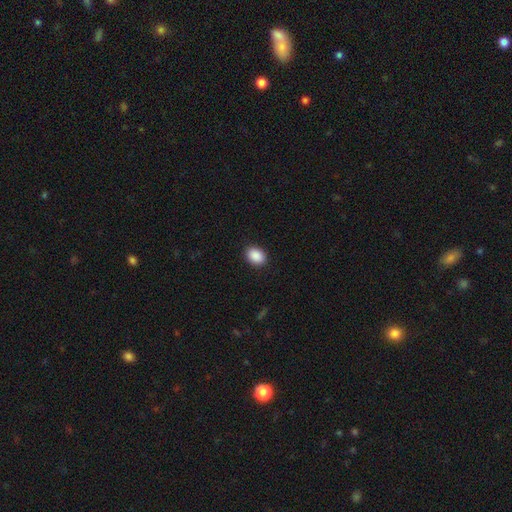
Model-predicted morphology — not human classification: smooth-or-featured: smooth: 90% | star or artifact: 8% | featured or disk: 2%
  how-rounded: in between: 68% | round: 31% | cigar-shaped: 1%
  merging: none: 90% | minor disturbance: 7% | major disturbance: 2% | merger: 1%